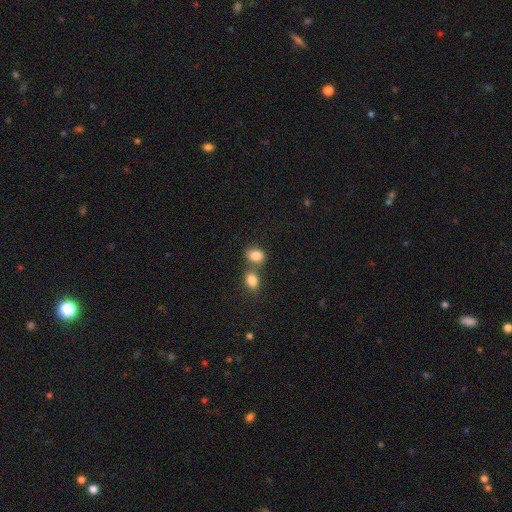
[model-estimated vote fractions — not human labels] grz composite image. It shows a smooth galaxy with no disk features (84%) that is in between round and cigar-shaped (64%). Merging: merger (43%).